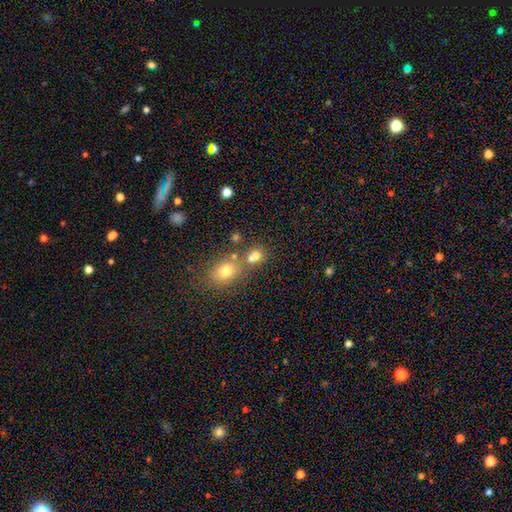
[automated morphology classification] Overall: smooth (71%). How rounded: round (70%). Merging: none (48%; merger 39%).